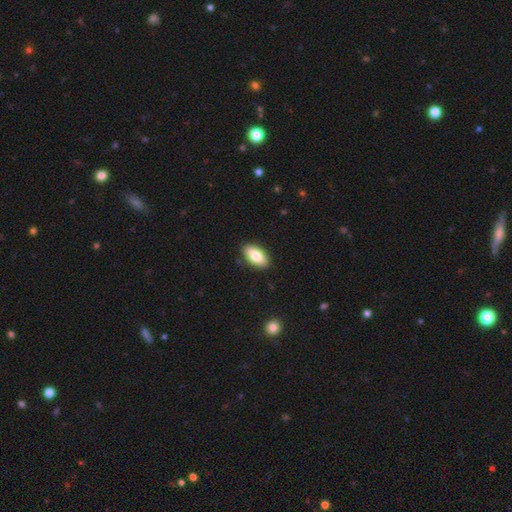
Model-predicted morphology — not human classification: smooth_or_featured: smooth (p=0.80) [alt: featured or disk p=0.13]
how_rounded: in between (p=0.91) [alt: cigar-shaped p=0.06]
merging: none (p=0.89) [alt: minor disturbance p=0.08]